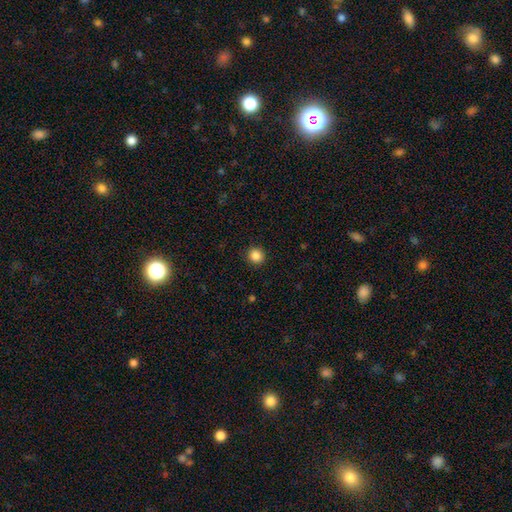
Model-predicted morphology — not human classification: Smooth or featured? Predicted: smooth (p=0.87). How rounded? Predicted: round (p=0.92). Merging? Predicted: none (p=0.92).